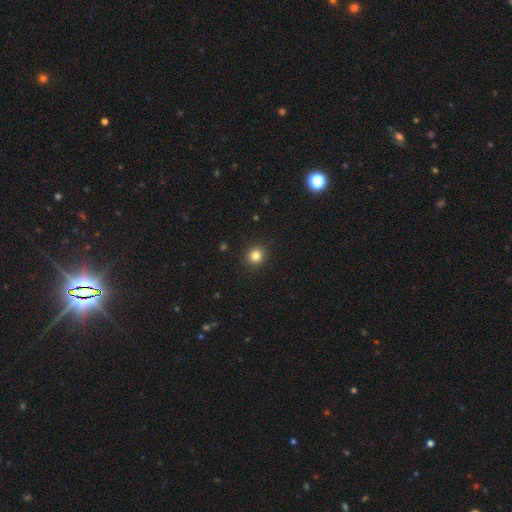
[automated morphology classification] Smooth or featured? smooth (82%)
How rounded? round (91%)
Merging? none (91%)